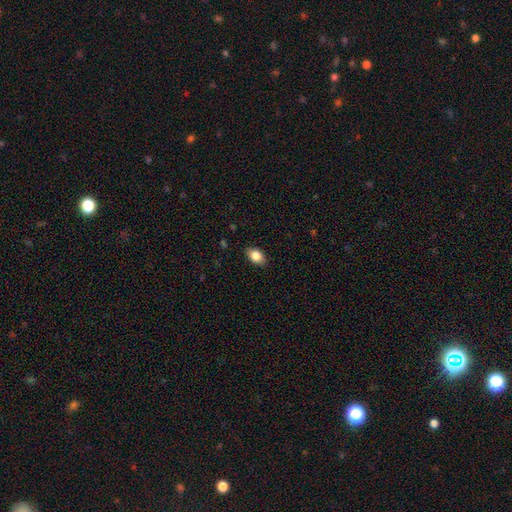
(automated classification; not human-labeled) smooth_or_featured: smooth (p=0.84) [alt: star or artifact p=0.08]
how_rounded: in between (p=0.80) [alt: round p=0.18]
merging: none (p=0.86) [alt: minor disturbance p=0.11]